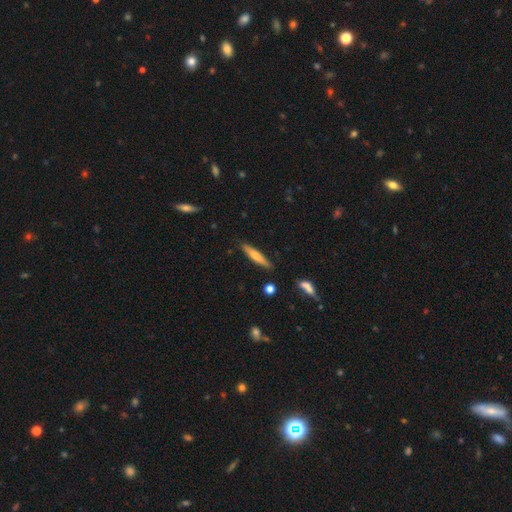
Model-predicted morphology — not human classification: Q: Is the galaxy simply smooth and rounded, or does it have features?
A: smooth — 64%.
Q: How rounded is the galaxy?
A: cigar-shaped — 87%.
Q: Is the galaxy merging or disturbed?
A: none — 84%.